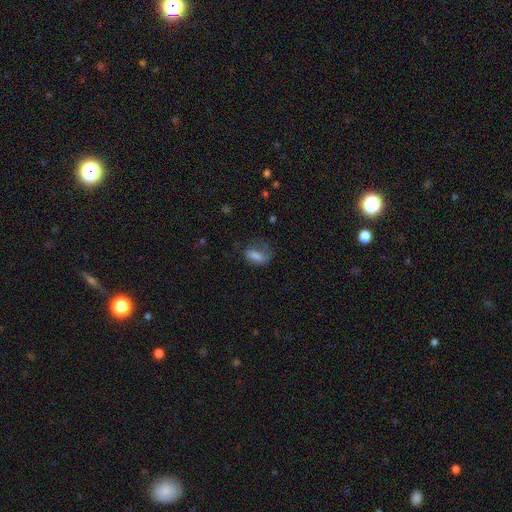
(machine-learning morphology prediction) Smooth or featured: smooth — 71% (featured or disk — 17%)
How rounded: in between — 80% (cigar-shaped — 10%)
Merging: none — 42% (major disturbance — 28%)